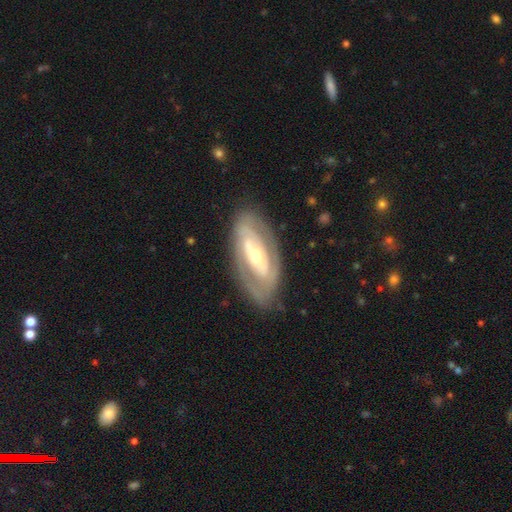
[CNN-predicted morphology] type=featured or disk (77%); edge-on=no (90%); bar=no (41%); spiral arms=yes (60%); bulge=moderate (53%); merging=none (79%).